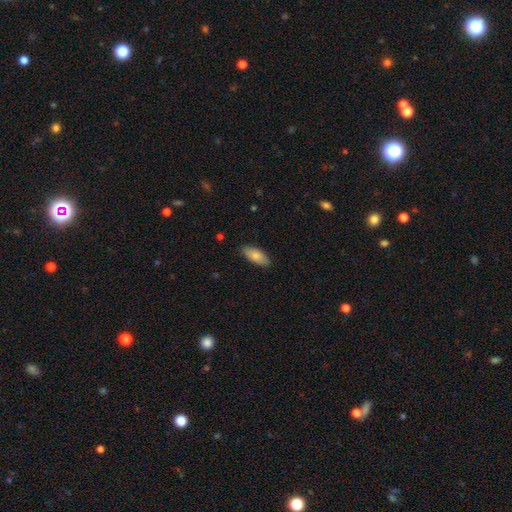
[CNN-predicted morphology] Smooth or featured: smooth — 80% (featured or disk — 14%)
How rounded: in between — 85% (cigar-shaped — 13%)
Merging: none — 87% (minor disturbance — 10%)